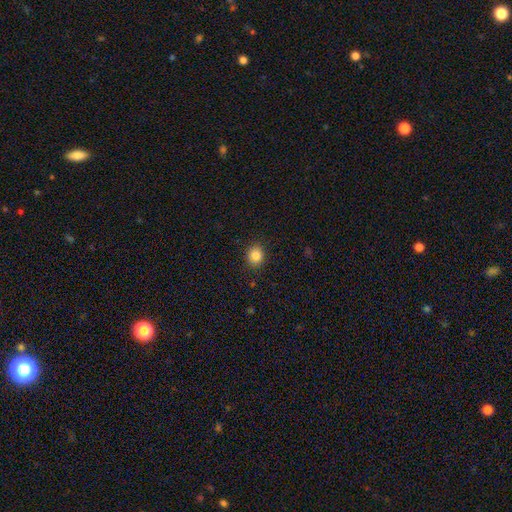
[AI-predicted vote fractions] smooth-or-featured: smooth: 85% | star or artifact: 11% | featured or disk: 4%
  how-rounded: round: 79% | in between: 20% | cigar-shaped: 1%
  merging: none: 89% | minor disturbance: 7% | major disturbance: 2% | merger: 1%